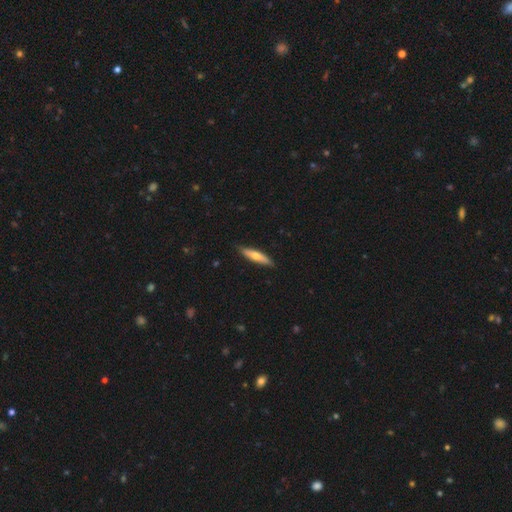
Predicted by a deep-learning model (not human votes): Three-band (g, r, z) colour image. It shows a smooth galaxy with no disk features (58%) that is cigar-shaped (81%). Merging: none (86%).